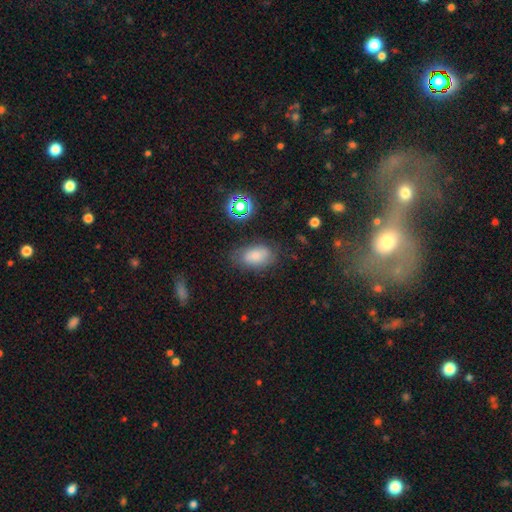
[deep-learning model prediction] Morphology: type=smooth (74%); roundness=in between (89%); merging=none (70%).